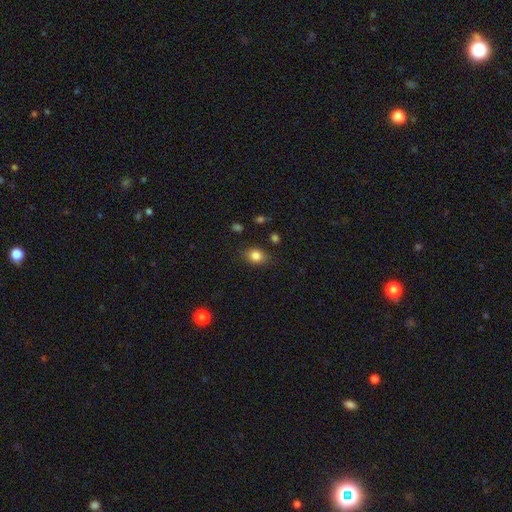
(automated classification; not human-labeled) Smooth or featured?
  - smooth: 84% *
  - star or artifact: 10%
  - featured or disk: 6%
How rounded?
  - in between: 54% *
  - round: 45%
  - cigar-shaped: 1%
Merging?
  - none: 81% *
  - minor disturbance: 14%
  - major disturbance: 4%
  - merger: 2%